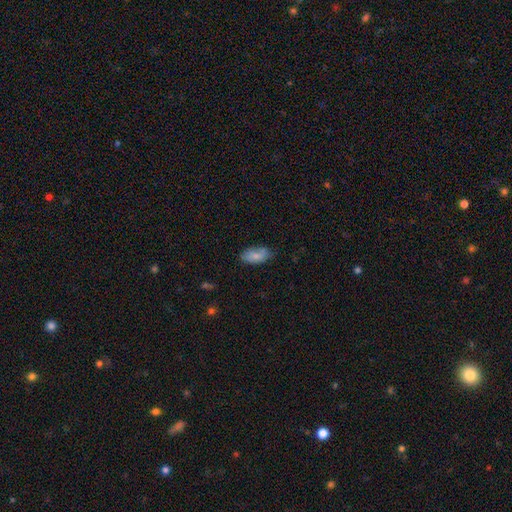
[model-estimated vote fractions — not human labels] Smooth or featured: smooth — 81% (featured or disk — 12%)
How rounded: in between — 90% (cigar-shaped — 7%)
Merging: none — 68% (minor disturbance — 24%)